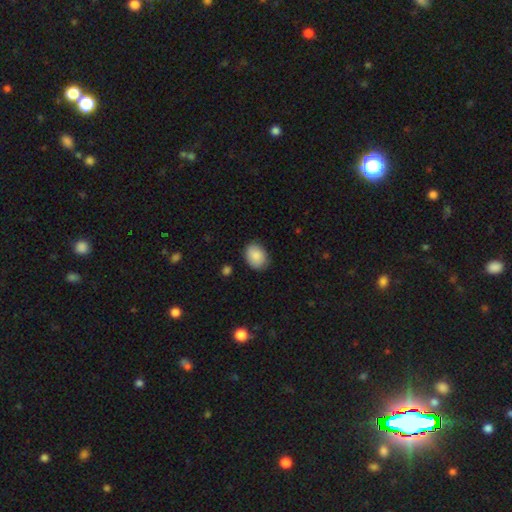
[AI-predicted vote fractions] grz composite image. It shows a smooth galaxy with no disk features (88%) that is in between round and cigar-shaped (69%). Merging: none (83%).